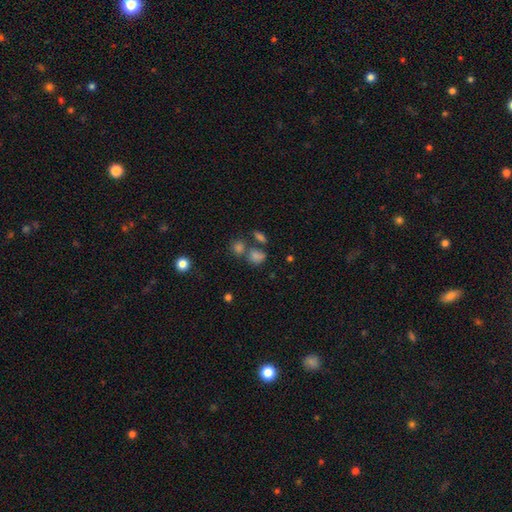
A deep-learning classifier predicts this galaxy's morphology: Smooth or featured? smooth (73%)
How rounded? round (62%)
Merging? none (51%)